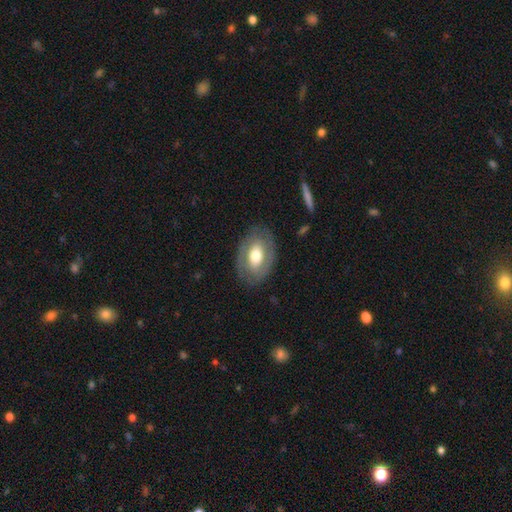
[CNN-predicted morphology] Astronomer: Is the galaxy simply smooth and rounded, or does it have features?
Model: featured or disk — 48% (runner-up: smooth, 46%).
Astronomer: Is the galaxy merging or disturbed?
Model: none — 80%.